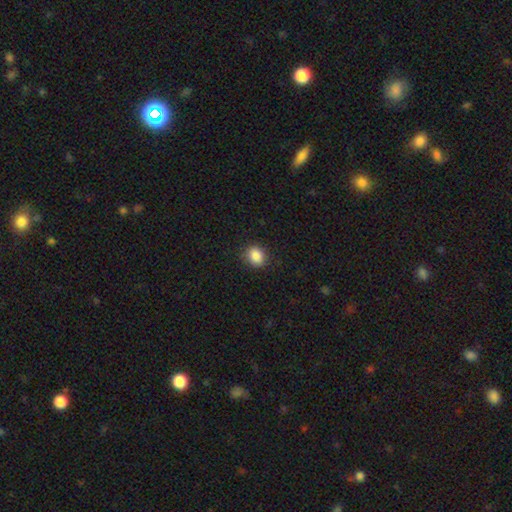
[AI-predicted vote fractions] Smooth or featured? smooth (87%)
How rounded? round (66%)
Merging? none (87%)